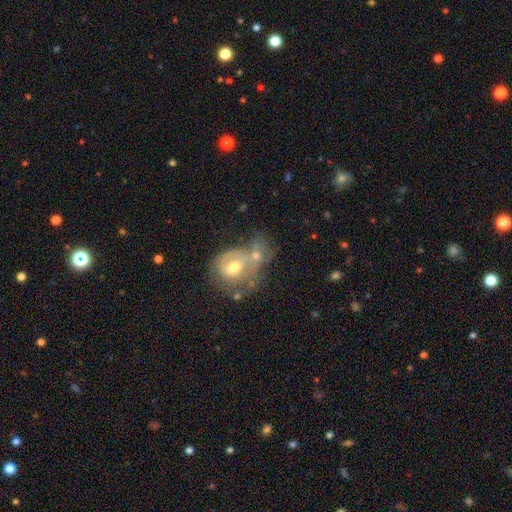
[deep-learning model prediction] This appears to be a featured or disk galaxy (47%). Merging: merger (54%).